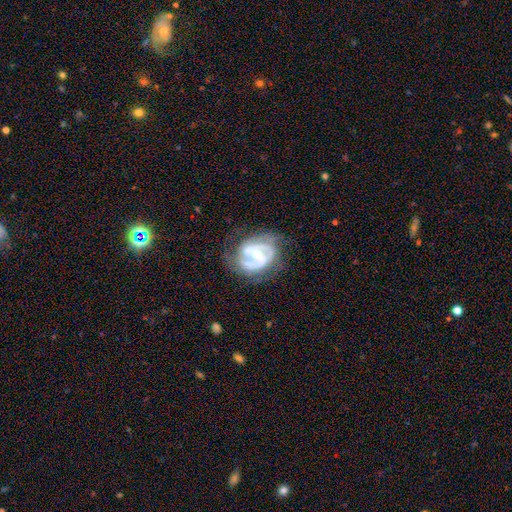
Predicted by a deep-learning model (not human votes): This is clearly a featured or disk galaxy (84%). It is clearly not viewed edge-on (97%). Bar: possibly no (50%). Spiral arm pattern: likely yes (80%). Spiral arm count: possibly 2 (53%). Spiral winding: possibly tight (50%). Central bulge: possibly moderate (60%). Merging: possibly none (55%).